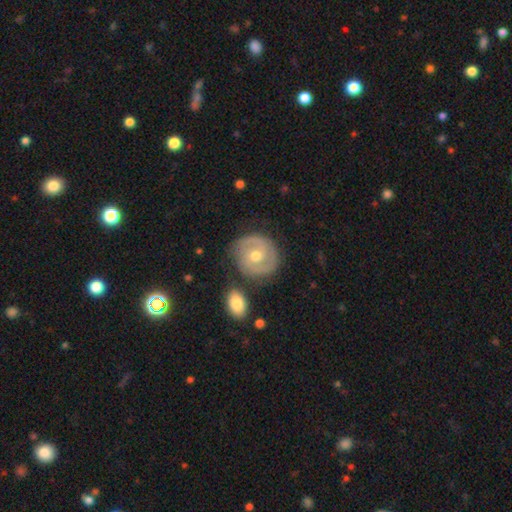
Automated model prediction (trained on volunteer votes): smooth-or-featured: featured or disk: 75% | smooth: 20% | star or artifact: 6%
  disk-edge-on: no: 97% | yes: 3%
    bar: no: 58% | weak: 33% | strong: 9%
    has-spiral-arms: yes: 86% | no: 14%
      spiral-winding: tight: 59% | medium: 32% | loose: 9%
      spiral-arm-count: 2: 73% | can't tell: 14% | 3: 5% | 1: 4% | 4: 2% | more than 4: 2%
    bulge-size: moderate: 68% | small: 28% | large: 2% | none: 1% | dominant: 1%
  merging: none: 76% | minor disturbance: 14% | merger: 5% | major disturbance: 5%